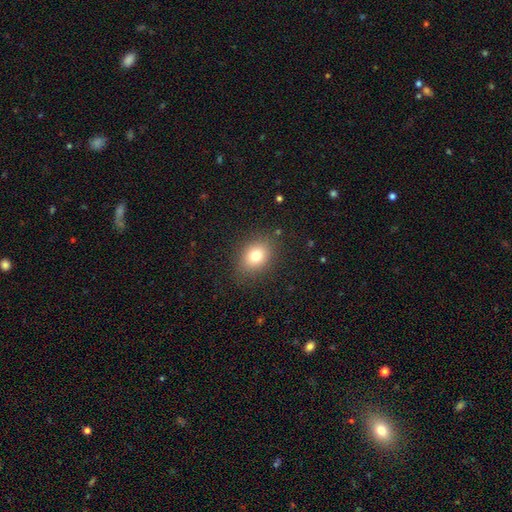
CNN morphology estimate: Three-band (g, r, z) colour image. It shows a smooth galaxy with no disk features (78%) that is in between round and cigar-shaped (57%). Merging: none (84%).